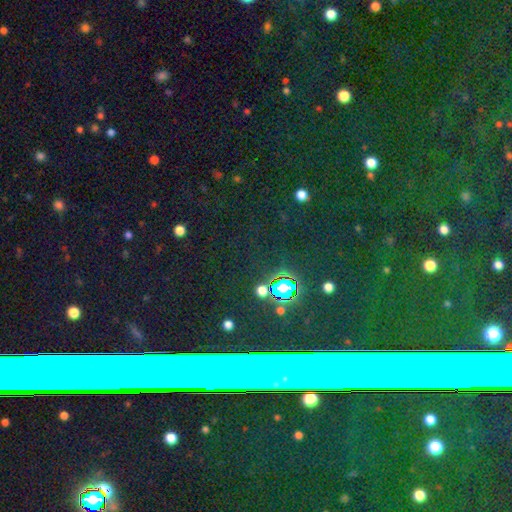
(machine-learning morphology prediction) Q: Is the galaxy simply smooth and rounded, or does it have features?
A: star or artifact — 75%.